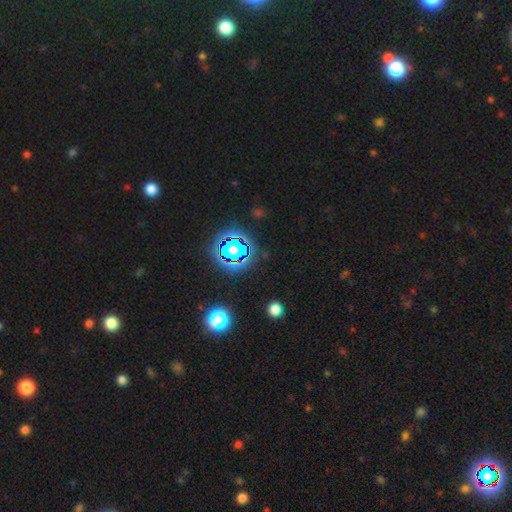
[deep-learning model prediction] star or artifact 77%, smooth 15%, featured or disk 8%.